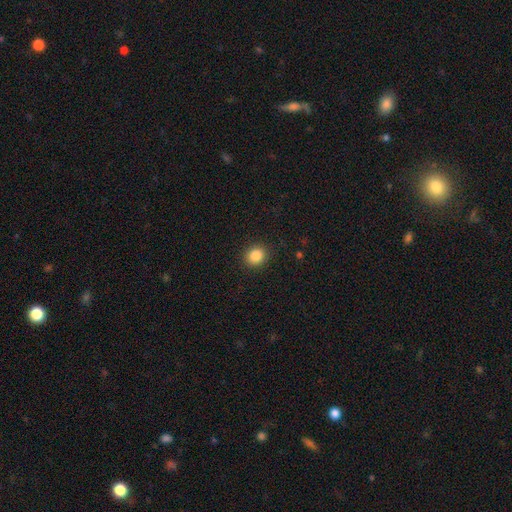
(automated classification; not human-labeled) Smooth or featured: smooth — 86% (star or artifact — 10%)
How rounded: round — 80% (in between — 19%)
Merging: none — 90% (minor disturbance — 7%)